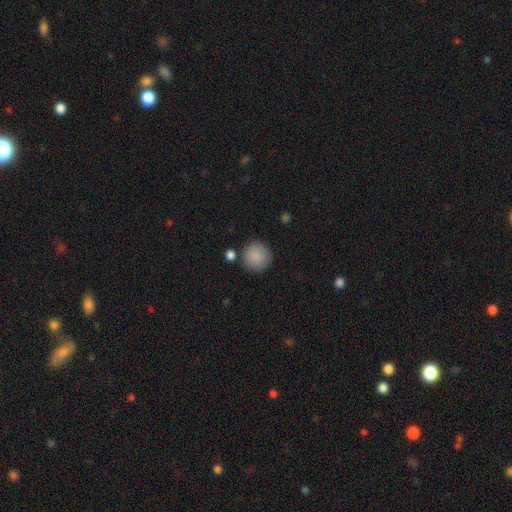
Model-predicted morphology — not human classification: Overall: smooth (89%). How rounded: round (94%). Merging: none (82%).